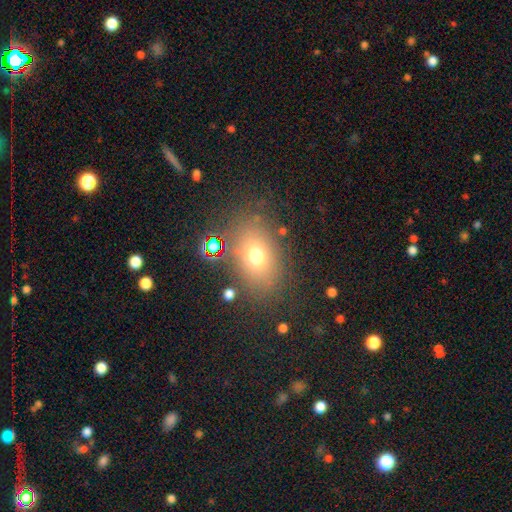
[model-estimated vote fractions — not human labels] Morphology: type=smooth (67%); roundness=in between (68%); merging=none (77%).